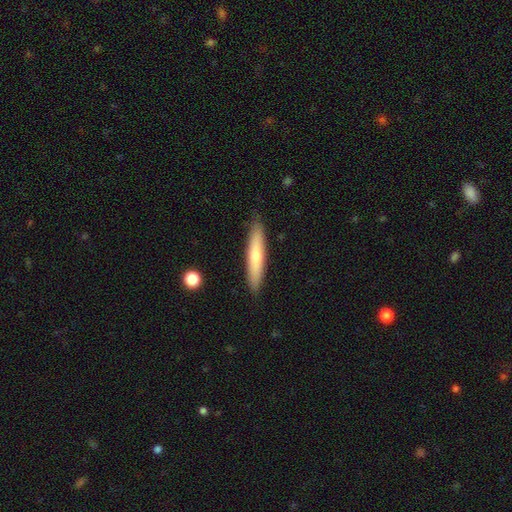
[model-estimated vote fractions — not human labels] Smooth or featured: smooth — 63% (featured or disk — 31%)
How rounded: cigar-shaped — 88% (in between — 11%)
Merging: none — 88% (minor disturbance — 9%)